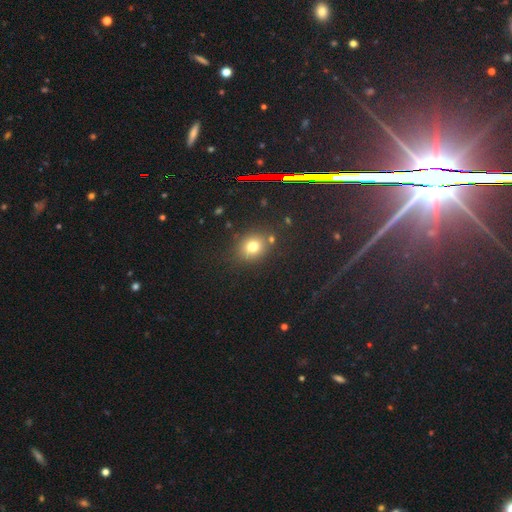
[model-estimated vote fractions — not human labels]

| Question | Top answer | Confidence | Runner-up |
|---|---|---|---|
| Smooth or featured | smooth | 57% | star or artifact (34%) |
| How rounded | round | 76% | in between (22%) |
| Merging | none | 87% | minor disturbance (8%) |